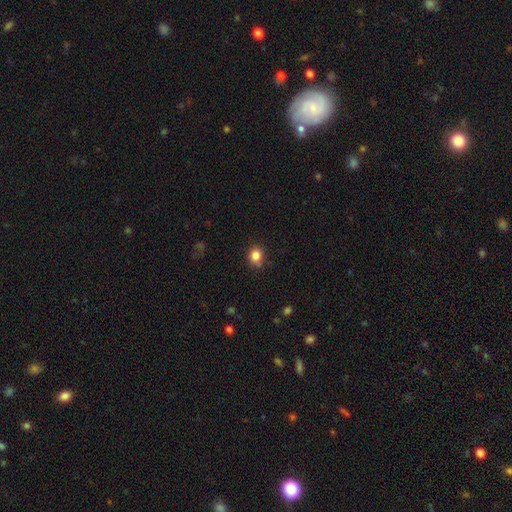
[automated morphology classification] Smooth or featured?
  - smooth: 84% *
  - star or artifact: 11%
  - featured or disk: 5%
How rounded?
  - round: 67% *
  - in between: 32%
  - cigar-shaped: 1%
Merging?
  - none: 76% *
  - minor disturbance: 18%
  - major disturbance: 3%
  - merger: 2%